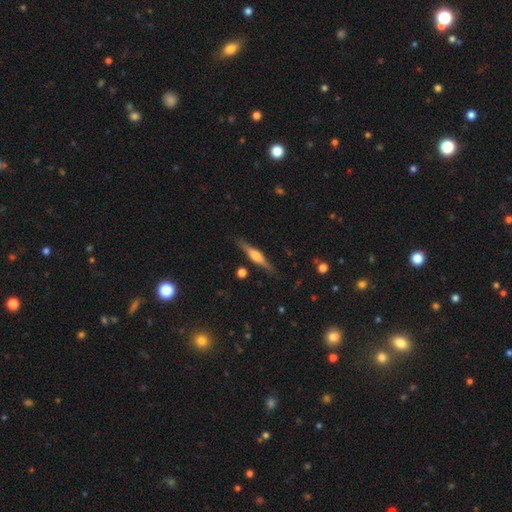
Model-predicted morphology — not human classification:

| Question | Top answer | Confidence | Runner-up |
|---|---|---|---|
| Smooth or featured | featured or disk | 69% | smooth (25%) |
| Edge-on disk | yes | 97% | no (3%) |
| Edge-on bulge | rounded | 84% | boxy (11%) |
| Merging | none | 87% | minor disturbance (9%) |